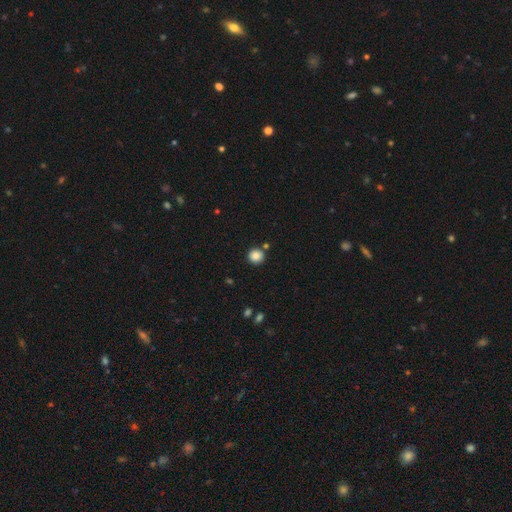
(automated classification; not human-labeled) The model was most divided on "merging": none: 83%, minor disturbance: 7%, merger: 7%, major disturbance: 2%. More confident: how rounded — round (94%); smooth or featured — smooth (86%).